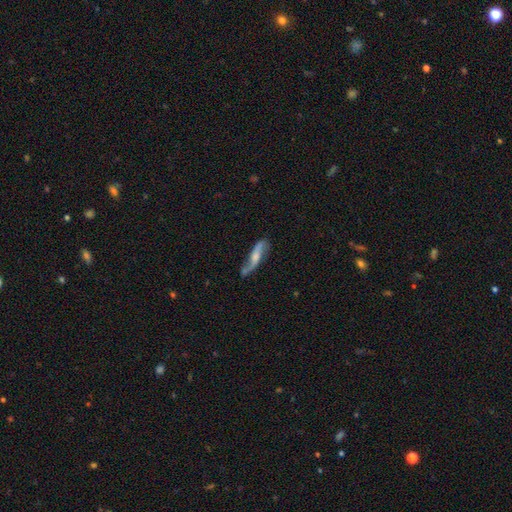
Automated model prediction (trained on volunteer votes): Smooth or featured: featured or disk — 69% (smooth — 25%)
Edge-on disk: no — 75% (yes — 25%)
Bar: no — 48% (weak — 37%)
Spiral arms: yes — 90% (no — 10%)
Bulge size: moderate — 42% (small — 28%)
Merging: none — 58% (minor disturbance — 23%)